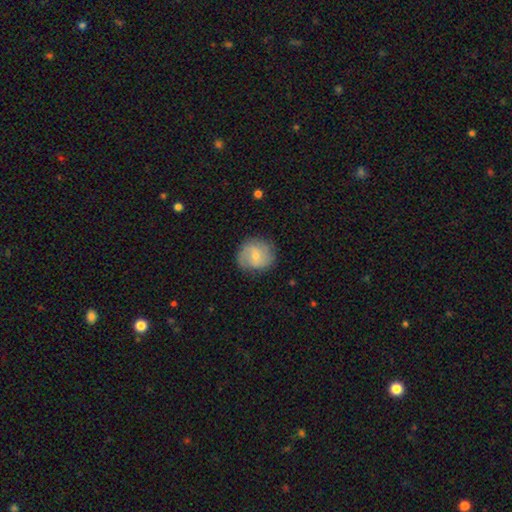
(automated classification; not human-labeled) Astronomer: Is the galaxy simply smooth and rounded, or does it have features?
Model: smooth — 56% (runner-up: featured or disk, 37%).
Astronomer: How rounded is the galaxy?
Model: round — 85%.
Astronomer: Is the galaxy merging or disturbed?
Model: none — 79%.